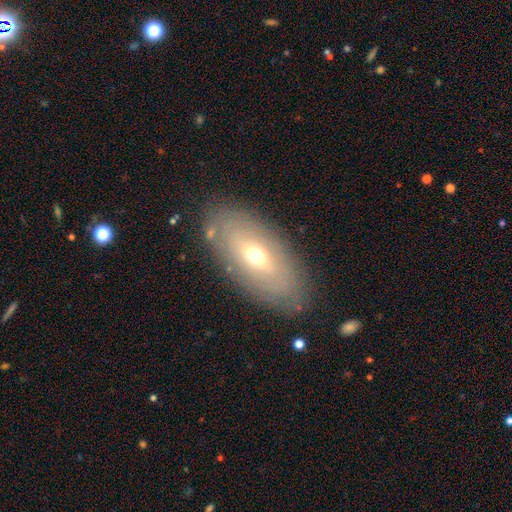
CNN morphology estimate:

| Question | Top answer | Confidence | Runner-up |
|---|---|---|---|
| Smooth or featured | featured or disk | 48% | smooth (44%) |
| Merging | none | 82% | minor disturbance (12%) |